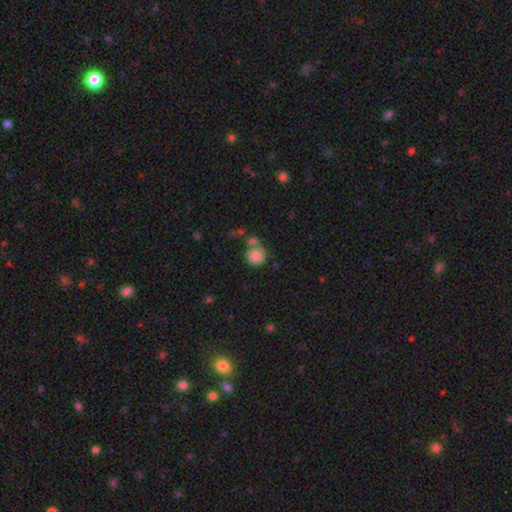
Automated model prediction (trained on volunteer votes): Smooth or featured?
  - smooth: 84% *
  - star or artifact: 9%
  - featured or disk: 8%
How rounded?
  - round: 89% *
  - in between: 10%
  - cigar-shaped: 1%
Merging?
  - none: 55% *
  - merger: 25%
  - minor disturbance: 14%
  - major disturbance: 6%